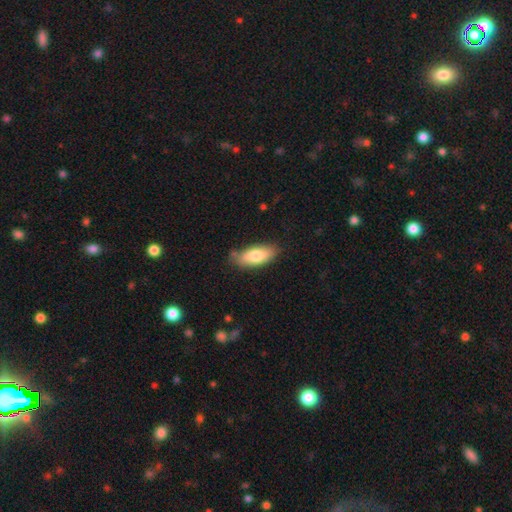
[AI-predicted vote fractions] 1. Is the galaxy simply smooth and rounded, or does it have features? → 78% smooth, 15% featured or disk, 6% star or artifact.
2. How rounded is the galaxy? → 83% in between, 15% cigar-shaped, 2% round.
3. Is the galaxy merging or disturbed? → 75% none, 18% minor disturbance, 3% major disturbance, 3% merger.